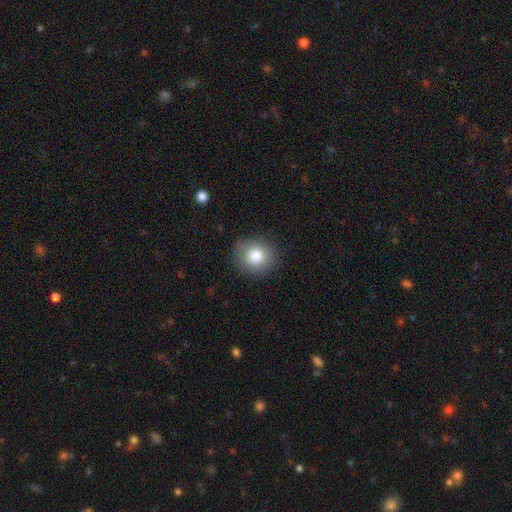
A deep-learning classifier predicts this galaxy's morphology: Smooth or featured: smooth — 81% (star or artifact — 9%)
How rounded: round — 85% (in between — 14%)
Merging: none — 87% (minor disturbance — 9%)